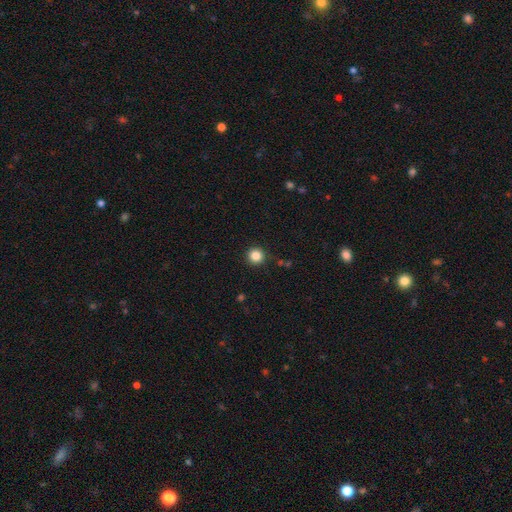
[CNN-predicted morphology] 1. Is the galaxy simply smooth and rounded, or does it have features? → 85% smooth, 11% star or artifact, 4% featured or disk.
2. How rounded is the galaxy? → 95% round, 4% in between, 1% cigar-shaped.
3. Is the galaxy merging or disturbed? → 90% none, 6% minor disturbance, 2% major disturbance, 1% merger.